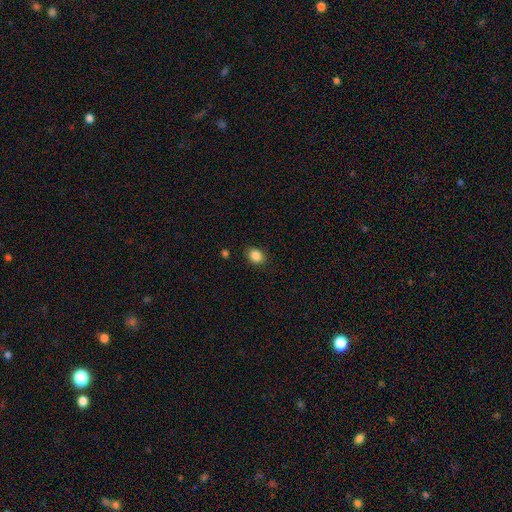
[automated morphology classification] Smooth or featured? Predicted: smooth (p=0.86). How rounded? Predicted: in between (p=0.59). Merging? Predicted: none (p=0.86).